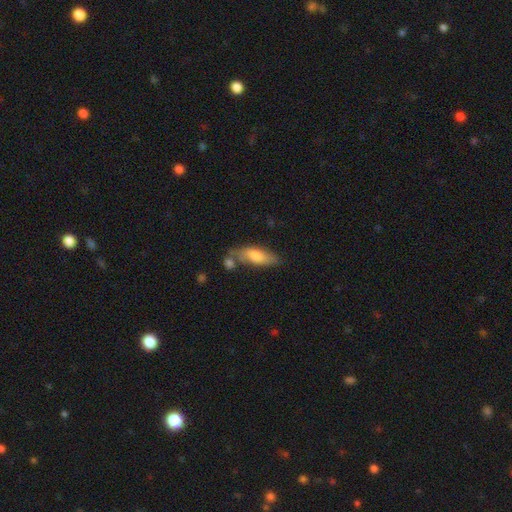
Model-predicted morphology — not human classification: The model was most divided on "merging": none: 48%, minor disturbance: 24%, merger: 20%, major disturbance: 9%. More confident: smooth or featured — smooth (73%); how rounded — in between (68%).